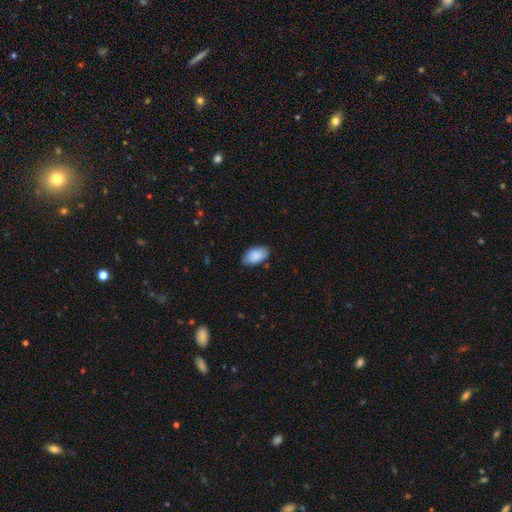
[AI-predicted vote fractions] A smooth galaxy with no disk features (88%) that is in between round and cigar-shaped (95%). Merging: none (81%).